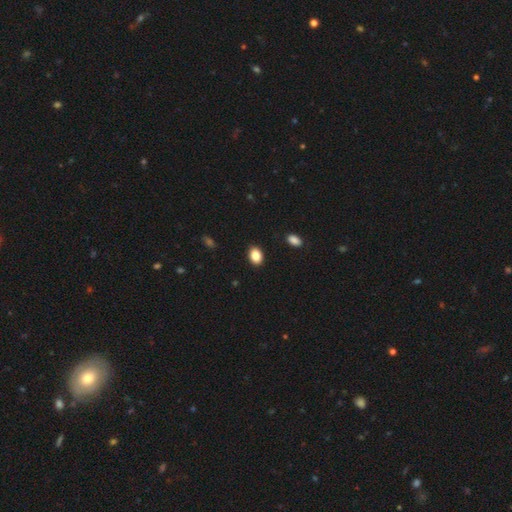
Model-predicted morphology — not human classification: smooth_or_featured: smooth (p=0.86) [alt: star or artifact p=0.08]
how_rounded: in between (p=0.76) [alt: round p=0.23]
merging: none (p=0.90) [alt: minor disturbance p=0.07]